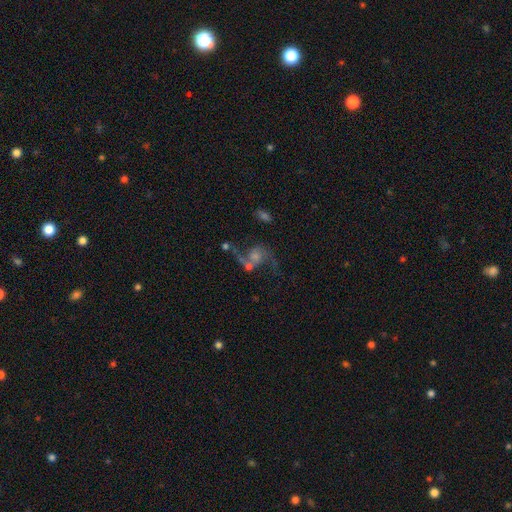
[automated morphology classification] This is likely a featured or disk galaxy (71%). It is clearly not viewed edge-on (97%). Bar: likely no (68%). Spiral arm pattern: clearly yes (88%). Spiral arm count: clearly 2 (83%). Spiral winding: likely loose (73%). Central bulge: marginally moderate (35%). Merging: marginally none (42%).